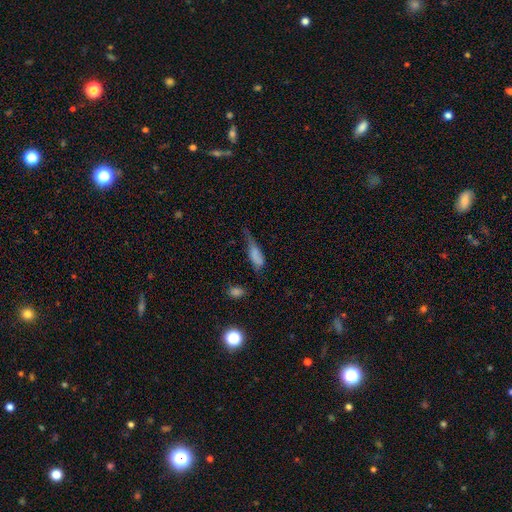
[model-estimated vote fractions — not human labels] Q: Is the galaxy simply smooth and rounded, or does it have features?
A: smooth — 70%.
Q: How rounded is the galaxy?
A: in between — 67%.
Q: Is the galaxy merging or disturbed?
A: major disturbance — 39%.